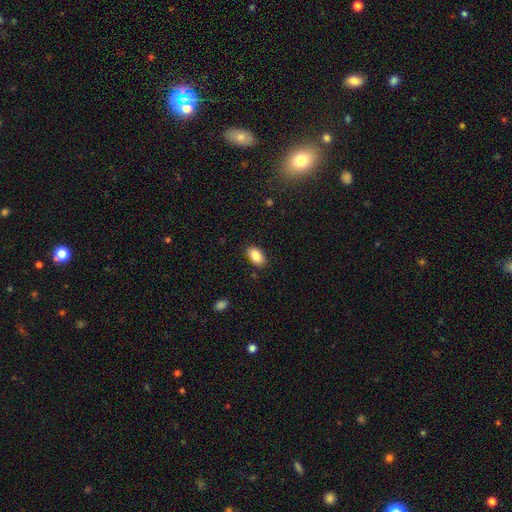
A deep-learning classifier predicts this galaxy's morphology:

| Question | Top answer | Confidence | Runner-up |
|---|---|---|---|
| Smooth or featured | smooth | 87% | star or artifact (7%) |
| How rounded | in between | 92% | round (6%) |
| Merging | none | 86% | minor disturbance (11%) |